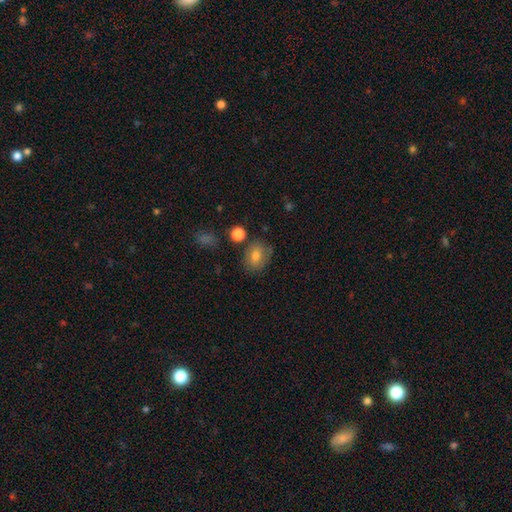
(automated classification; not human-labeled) smooth 73%, featured or disk 16%, star or artifact 11%. Down the decision tree: how rounded — round (50%); merging — none (74%).